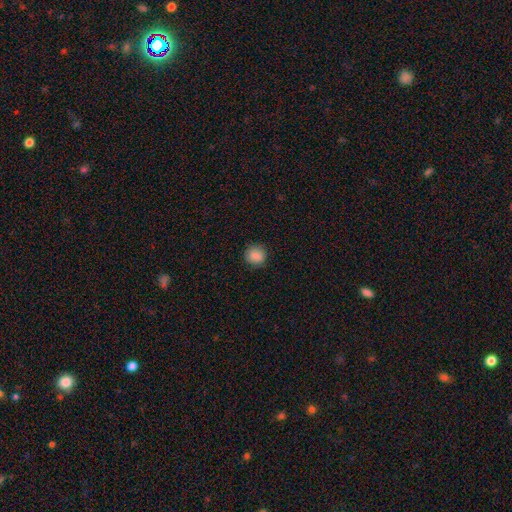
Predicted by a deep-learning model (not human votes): This appears to be a smooth galaxy with no disk features (88%) that is round (90%). Merging: none (88%).